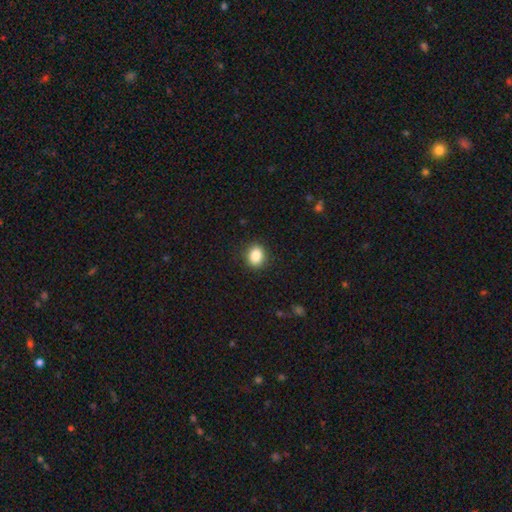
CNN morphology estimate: Smooth or featured: smooth — 87% (star or artifact — 9%)
How rounded: in between — 53% (round — 46%)
Merging: none — 89% (minor disturbance — 8%)